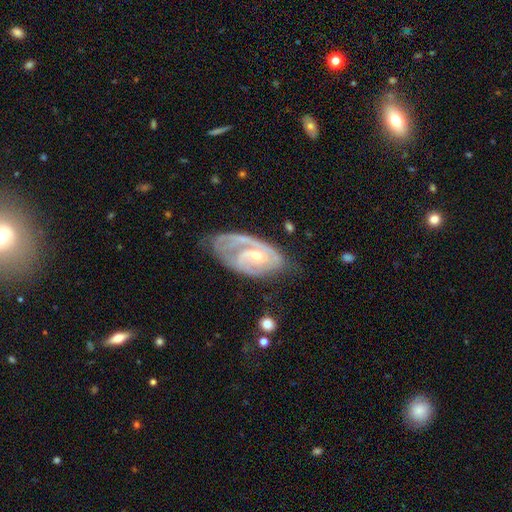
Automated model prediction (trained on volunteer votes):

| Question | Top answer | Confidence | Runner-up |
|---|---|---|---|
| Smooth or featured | featured or disk | 85% | smooth (10%) |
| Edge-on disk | no | 96% | yes (4%) |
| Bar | no | 57% | weak (34%) |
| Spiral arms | yes | 94% | no (6%) |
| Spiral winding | tight | 52% | medium (38%) |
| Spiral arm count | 2 | 50% | can't tell (19%) |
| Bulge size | small | 50% | moderate (46%) |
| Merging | none | 48% | minor disturbance (28%) |